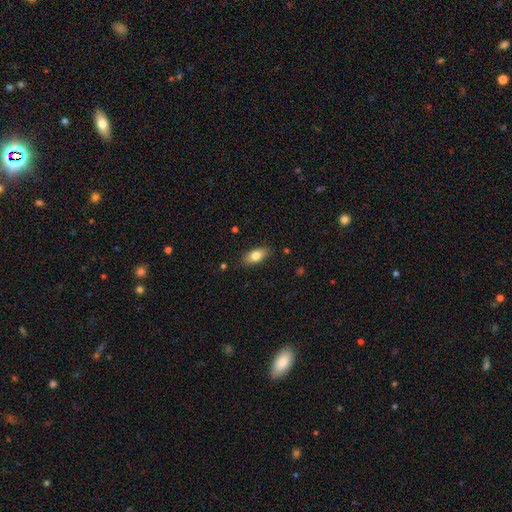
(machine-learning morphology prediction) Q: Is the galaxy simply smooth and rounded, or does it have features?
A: smooth — 77%.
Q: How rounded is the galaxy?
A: in between — 86%.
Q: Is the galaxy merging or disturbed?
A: none — 85%.